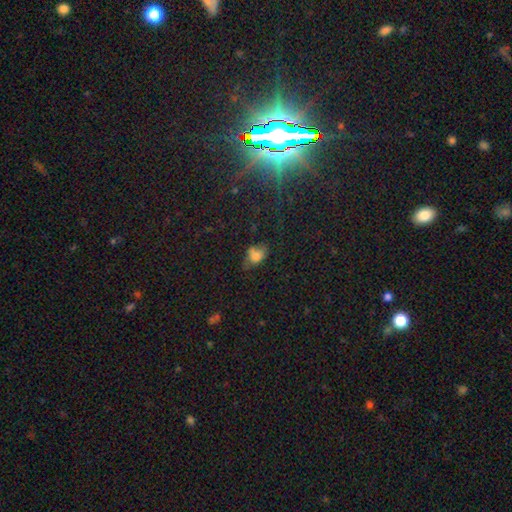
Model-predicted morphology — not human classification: This appears to be a smooth galaxy with no disk features (69%) that is in between round and cigar-shaped (75%). Merging: none (45%).